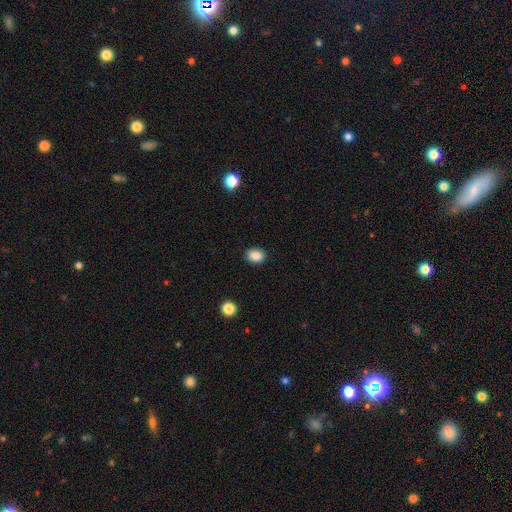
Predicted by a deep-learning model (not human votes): Q: Smooth or featured?
A: smooth (87%); runner-up: star or artifact (10%)
Q: How rounded?
A: in between (56%); runner-up: round (43%)
Q: Merging?
A: none (90%); runner-up: minor disturbance (7%)